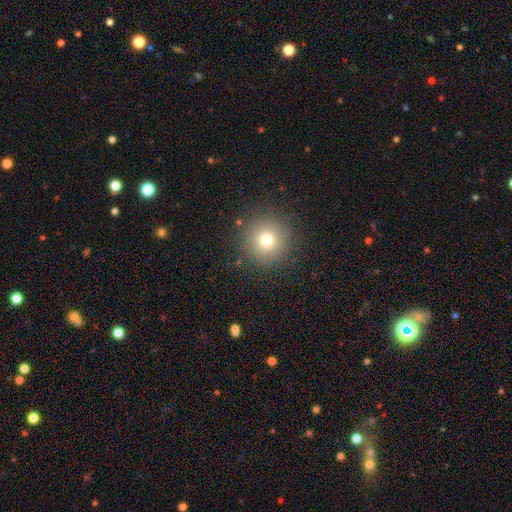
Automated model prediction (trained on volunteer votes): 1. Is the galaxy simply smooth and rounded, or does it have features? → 71% smooth, 21% star or artifact, 8% featured or disk.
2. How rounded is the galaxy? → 96% round, 3% in between, 1% cigar-shaped.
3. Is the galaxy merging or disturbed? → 92% none, 5% minor disturbance, 2% major disturbance, 1% merger.